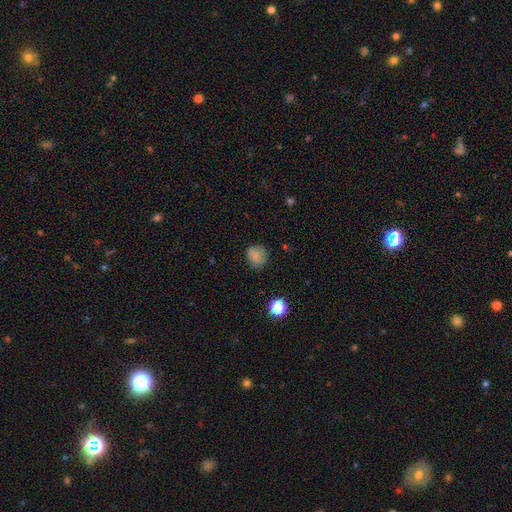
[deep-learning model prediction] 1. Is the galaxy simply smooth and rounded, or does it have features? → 80% smooth, 14% star or artifact, 6% featured or disk.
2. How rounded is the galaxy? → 78% round, 21% in between, 1% cigar-shaped.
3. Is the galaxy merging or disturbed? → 75% none, 18% minor disturbance, 5% major disturbance, 2% merger.